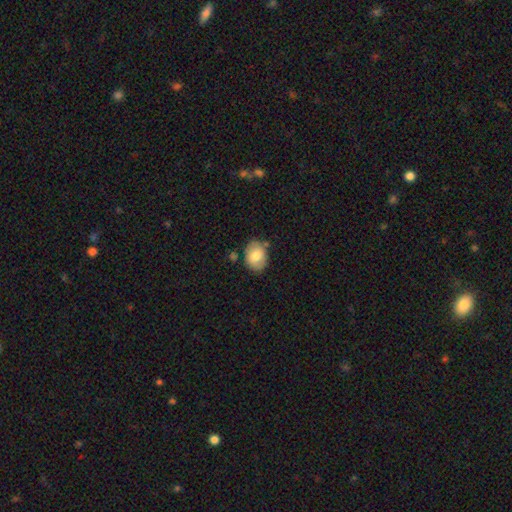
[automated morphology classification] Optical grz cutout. It shows a smooth galaxy with no disk features (78%) that is in between round and cigar-shaped (70%). Merging: none (74%).